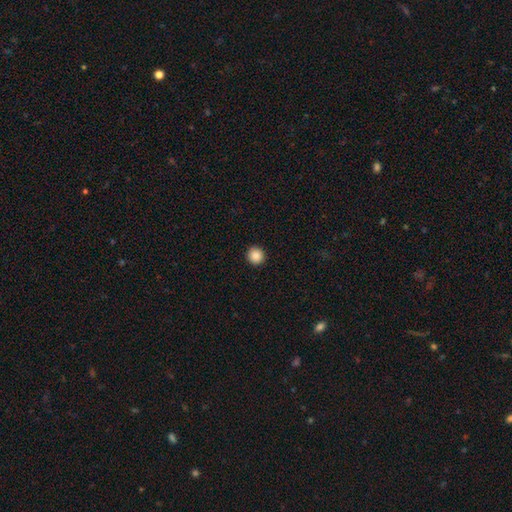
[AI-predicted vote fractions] Smooth or featured? smooth (87%)
How rounded? round (95%)
Merging? none (94%)